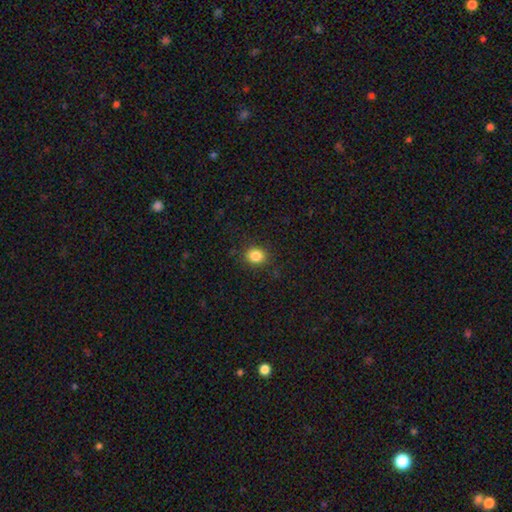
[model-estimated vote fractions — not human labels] Smooth or featured: smooth — 85% (star or artifact — 11%)
How rounded: round — 69% (in between — 30%)
Merging: none — 88% (minor disturbance — 9%)